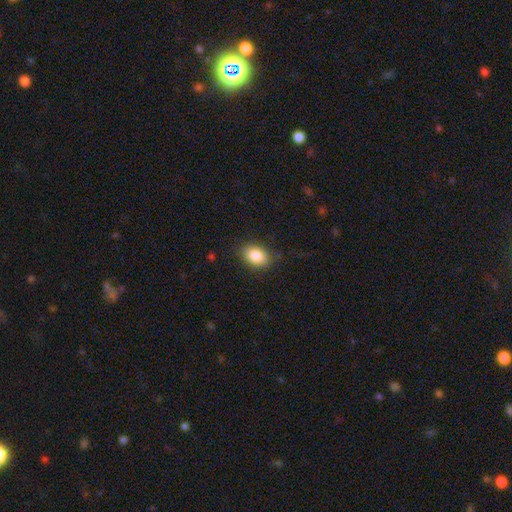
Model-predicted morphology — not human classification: Smooth or featured: smooth — 85% (star or artifact — 8%)
How rounded: in between — 77% (round — 21%)
Merging: none — 84% (minor disturbance — 12%)